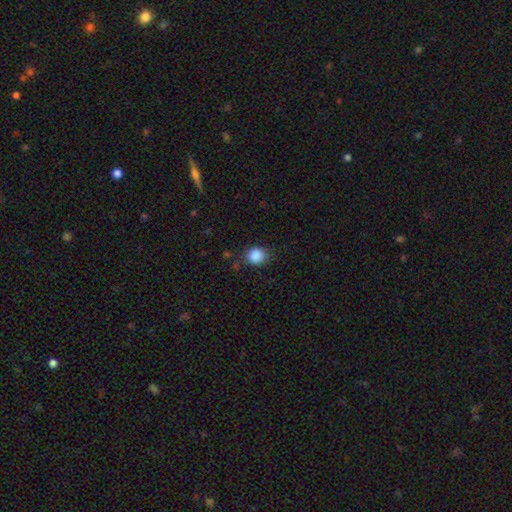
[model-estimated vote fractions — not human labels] Smooth or featured: smooth — 87% (star or artifact — 10%)
How rounded: round — 76% (in between — 23%)
Merging: none — 75% (minor disturbance — 18%)